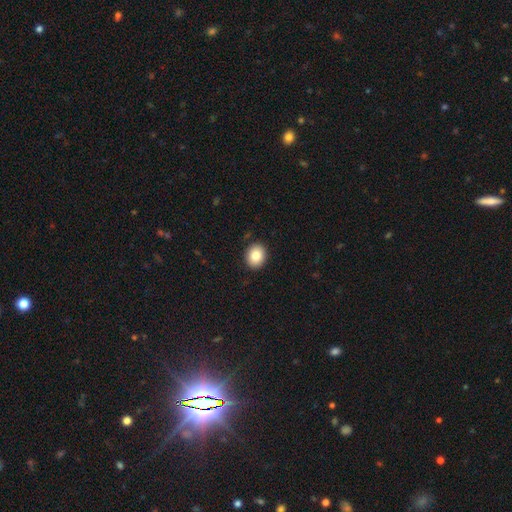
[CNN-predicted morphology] A smooth galaxy with no disk features (84%) that is round (63%).

Vote fractions:
- Smooth or featured? smooth: 84% / star or artifact: 9% / featured or disk: 7%
- How rounded? round: 63% / in between: 36% / cigar-shaped: 1%
- Merging? none: 91% / minor disturbance: 7% / major disturbance: 2% / merger: 1%